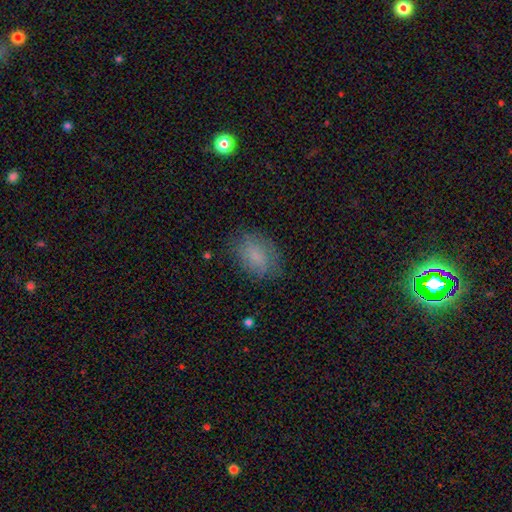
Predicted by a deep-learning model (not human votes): A smooth galaxy with no disk features (75%) that is in between round and cigar-shaped (77%).

Vote fractions:
- Smooth or featured? smooth: 75% / featured or disk: 15% / star or artifact: 9%
- How rounded? in between: 77% / round: 22% / cigar-shaped: 2%
- Merging? none: 75% / minor disturbance: 18% / major disturbance: 6% / merger: 1%